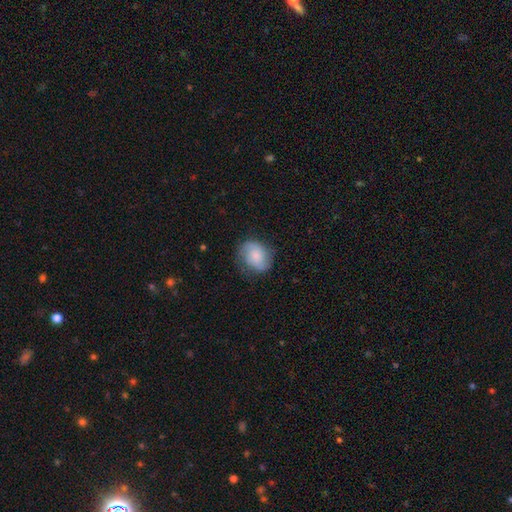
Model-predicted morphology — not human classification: Q: Smooth or featured?
A: smooth (51%); runner-up: featured or disk (41%)
Q: How rounded?
A: round (60%); runner-up: in between (39%)
Q: Merging?
A: none (71%); runner-up: minor disturbance (20%)